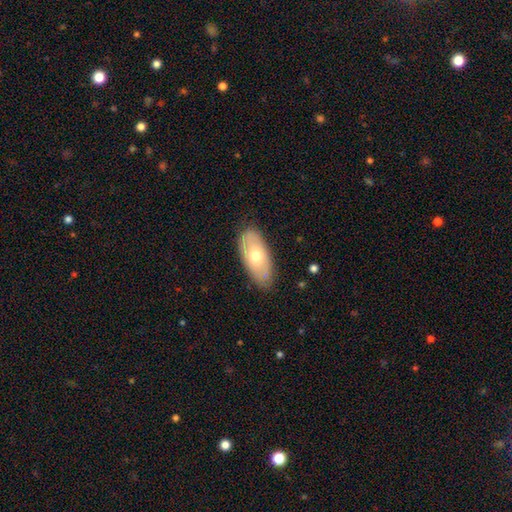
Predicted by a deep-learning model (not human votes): This is possibly a smooth galaxy (58%). How rounded: clearly in between (91%). Merging: clearly none (83%).